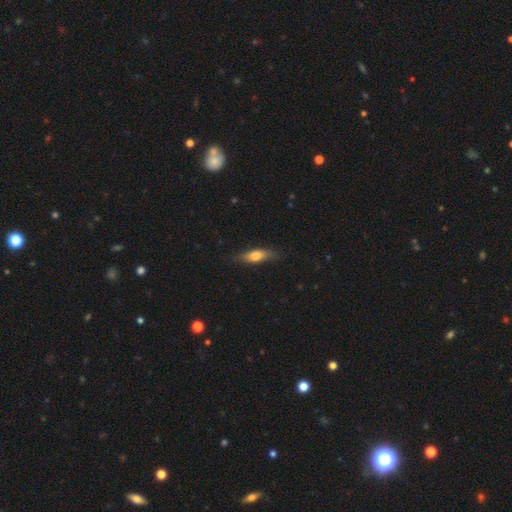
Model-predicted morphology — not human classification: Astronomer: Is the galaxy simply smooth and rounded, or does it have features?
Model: smooth — 61%.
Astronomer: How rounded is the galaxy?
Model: in between — 53% (runner-up: cigar-shaped, 44%).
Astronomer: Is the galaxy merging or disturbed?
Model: none — 80%.